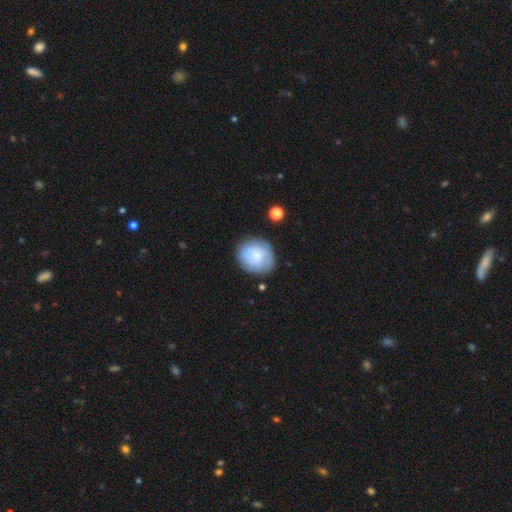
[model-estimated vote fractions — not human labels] Q: Smooth or featured?
A: smooth (60%); runner-up: featured or disk (33%)
Q: How rounded?
A: round (75%); runner-up: in between (24%)
Q: Merging?
A: none (74%); runner-up: minor disturbance (18%)